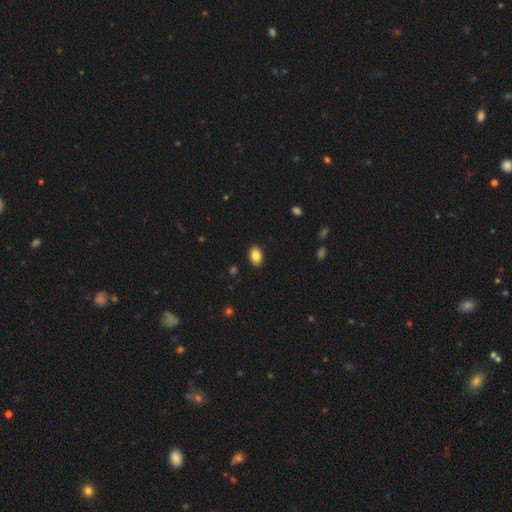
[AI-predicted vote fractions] The model was most divided on "how rounded": in between: 87%, round: 12%, cigar-shaped: 1%. More confident: merging — none (90%); smooth or featured — smooth (86%).